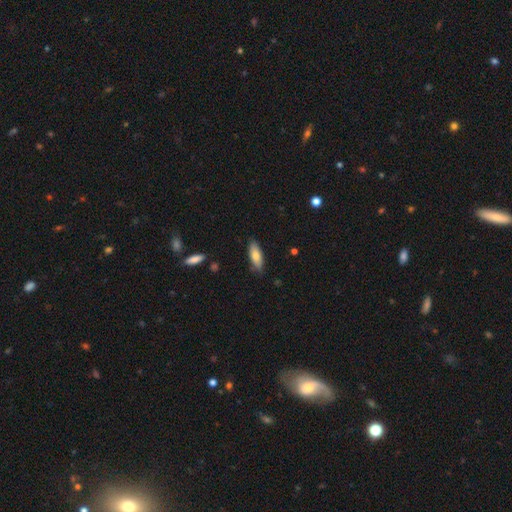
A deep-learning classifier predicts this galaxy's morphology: This appears to be a smooth galaxy with no disk features (77%) that is in between round and cigar-shaped (63%). Merging: none (82%).